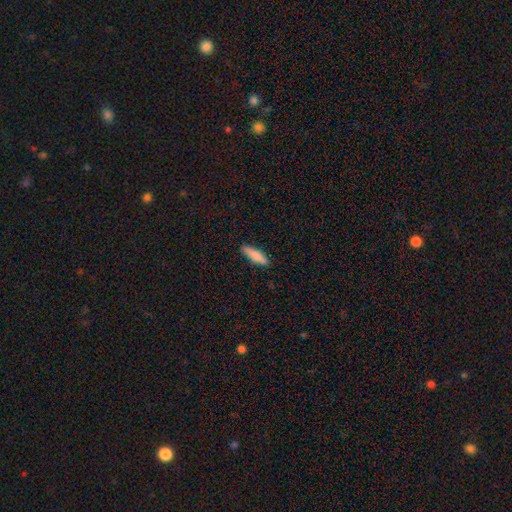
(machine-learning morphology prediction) Smooth or featured? Predicted: smooth (p=0.84). How rounded? Predicted: cigar-shaped (p=0.72). Merging? Predicted: none (p=0.88).